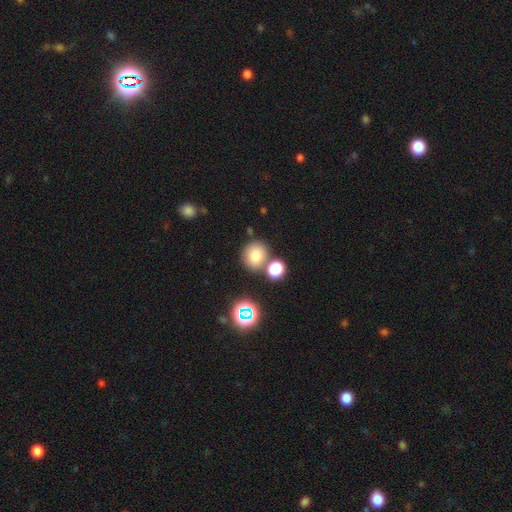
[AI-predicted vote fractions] A smooth galaxy with no disk features (77%) that is round (80%). Merging: none (68%).